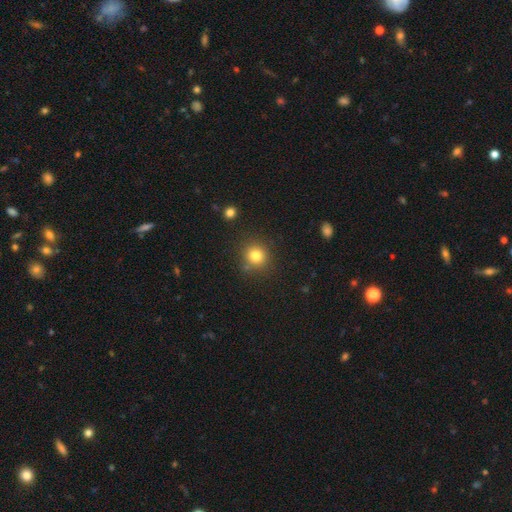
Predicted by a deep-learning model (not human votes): Smooth or featured? Predicted: smooth (p=0.80). How rounded? Predicted: round (p=0.90). Merging? Predicted: none (p=0.83).